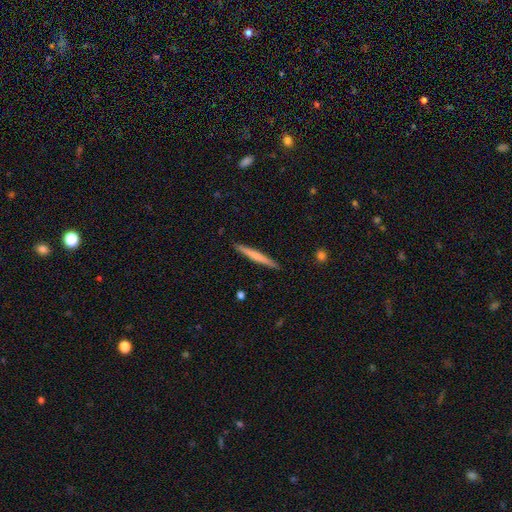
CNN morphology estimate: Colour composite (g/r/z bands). It shows a smooth galaxy with no disk features (59%) that is cigar-shaped (97%). Merging: none (91%).